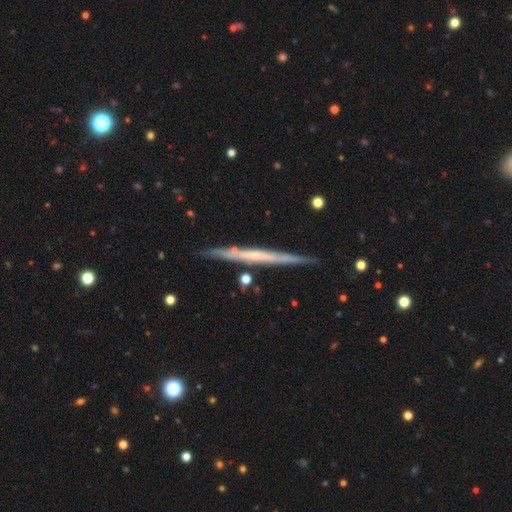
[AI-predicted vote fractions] This is likely a featured or disk galaxy (66%). It is clearly viewed edge-on (97%). Edge-on bulge: likely none (77%). Merging: clearly none (86%).